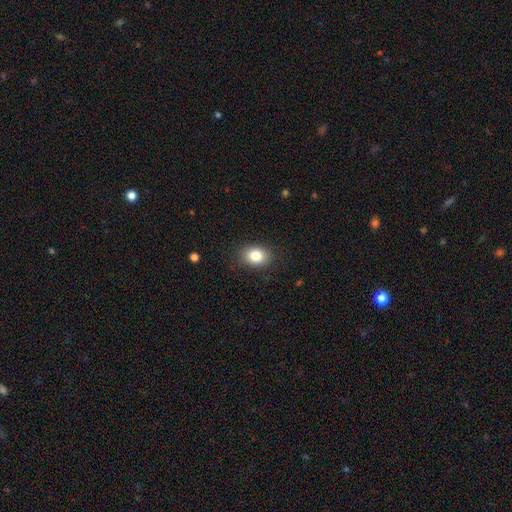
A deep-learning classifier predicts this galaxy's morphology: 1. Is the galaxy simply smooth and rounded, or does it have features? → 83% smooth, 10% star or artifact, 7% featured or disk.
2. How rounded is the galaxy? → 60% in between, 39% round, 1% cigar-shaped.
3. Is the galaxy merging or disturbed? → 86% none, 10% minor disturbance, 3% major disturbance, 1% merger.